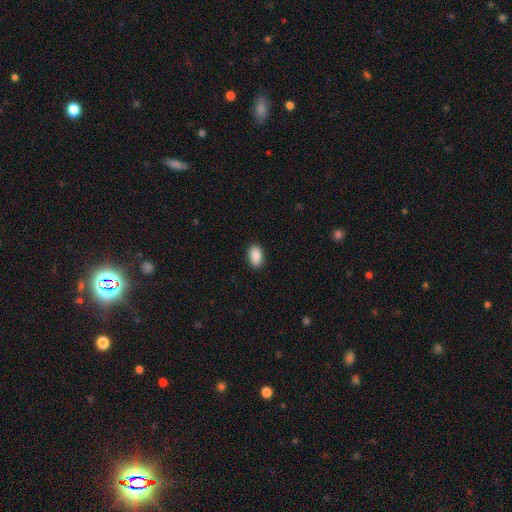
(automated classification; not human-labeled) Overall: smooth (90%). How rounded: in between (90%). Merging: none (90%).